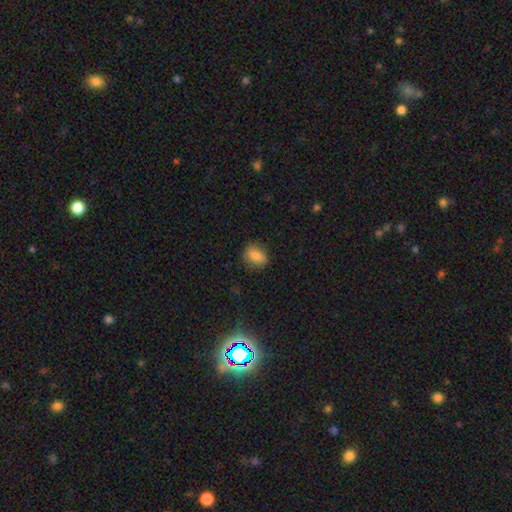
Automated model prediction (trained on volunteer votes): Smooth or featured? Predicted: smooth (p=0.81). How rounded? Predicted: in between (p=0.64). Merging? Predicted: none (p=0.82).